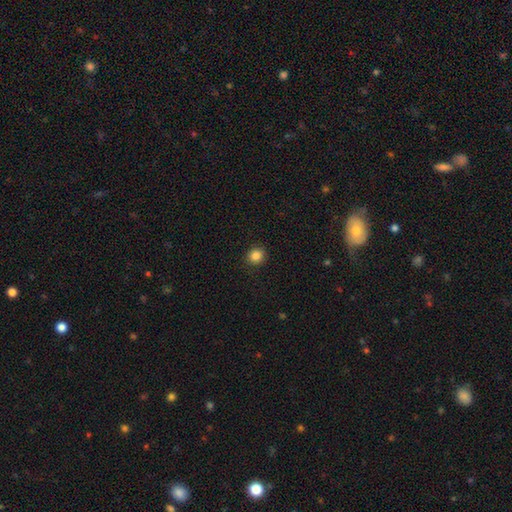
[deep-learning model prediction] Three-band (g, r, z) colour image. It shows a smooth galaxy with no disk features (86%) that is round (81%). Merging: none (90%).